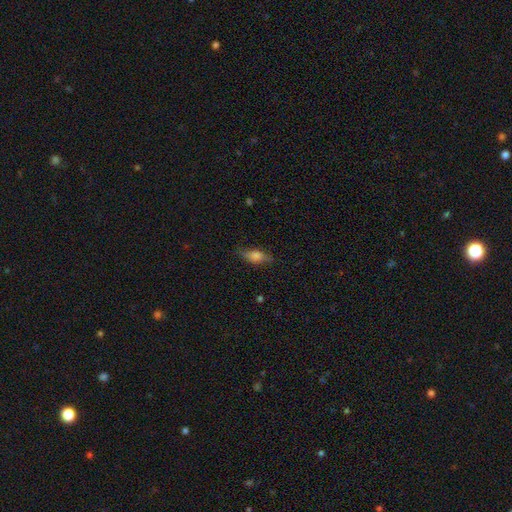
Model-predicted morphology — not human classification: smooth-or-featured: smooth: 62% | featured or disk: 29% | star or artifact: 9%
  how-rounded: in between: 72% | cigar-shaped: 23% | round: 5%
  merging: none: 73% | minor disturbance: 20% | major disturbance: 5% | merger: 1%